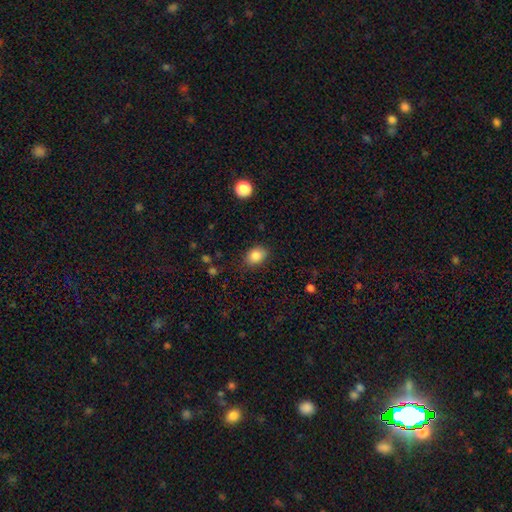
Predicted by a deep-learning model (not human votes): A smooth galaxy with no disk features (86%) that is in between round and cigar-shaped (67%).

Vote fractions:
- Smooth or featured? smooth: 86% / star or artifact: 9% / featured or disk: 5%
- How rounded? in between: 67% / round: 32% / cigar-shaped: 1%
- Merging? none: 82% / minor disturbance: 13% / major disturbance: 3% / merger: 1%